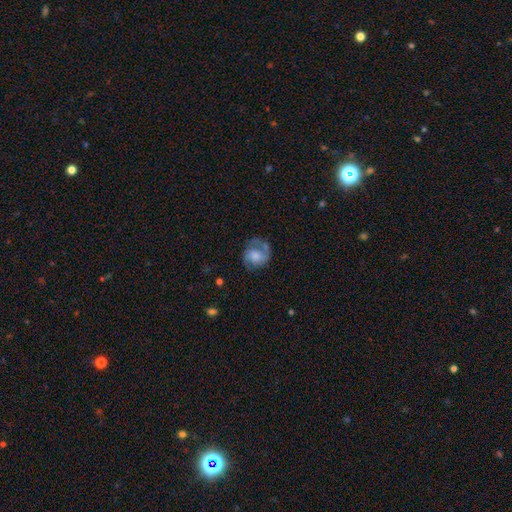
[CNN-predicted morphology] featured or disk 56%, smooth 36%, star or artifact 8%. Down the decision tree: edge-on disk — no (97%); bar — no (63%); spiral arms — yes (79%); bulge size — moderate (33%); merging — none (55%).